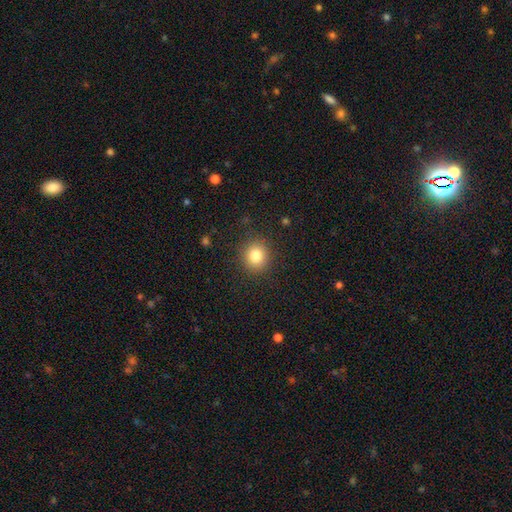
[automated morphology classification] smooth 82%, star or artifact 11%, featured or disk 7%. Down the decision tree: how rounded — round (86%); merging — none (89%).